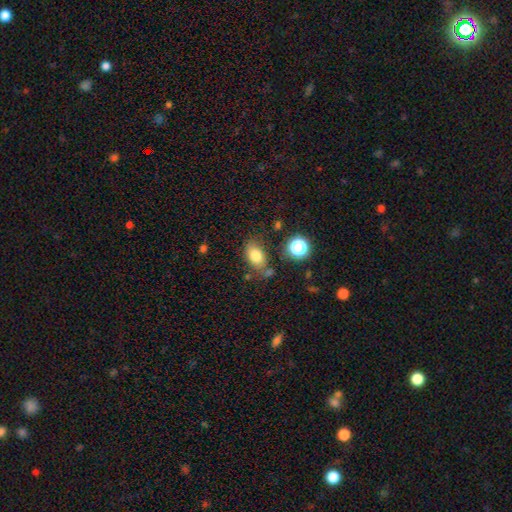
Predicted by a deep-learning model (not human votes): Overall: smooth (79%). How rounded: in between (82%). Merging: none (68%).